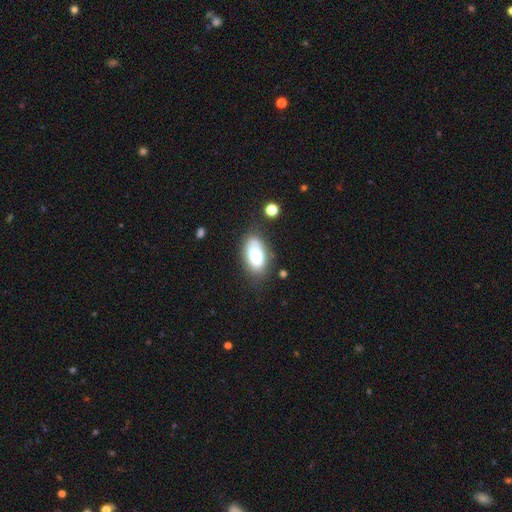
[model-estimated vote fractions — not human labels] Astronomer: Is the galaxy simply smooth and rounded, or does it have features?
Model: smooth — 71%.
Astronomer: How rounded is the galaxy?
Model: in between — 92%.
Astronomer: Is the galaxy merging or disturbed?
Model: none — 65%.